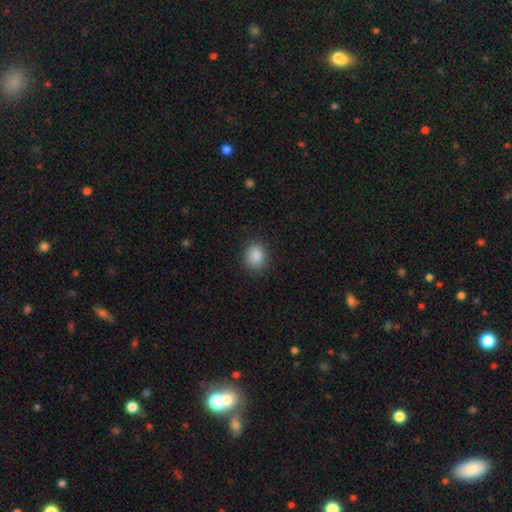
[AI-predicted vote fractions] This is clearly a smooth galaxy (88%). How rounded: likely round (66%). Merging: clearly none (86%).